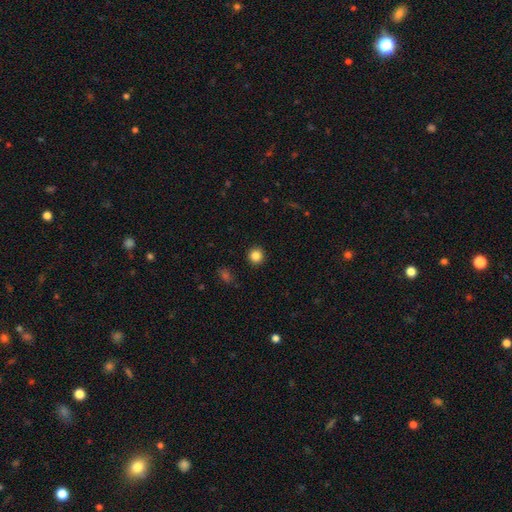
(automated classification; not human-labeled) smooth 85%, star or artifact 11%, featured or disk 4%. Down the decision tree: how rounded — round (94%); merging — none (93%).